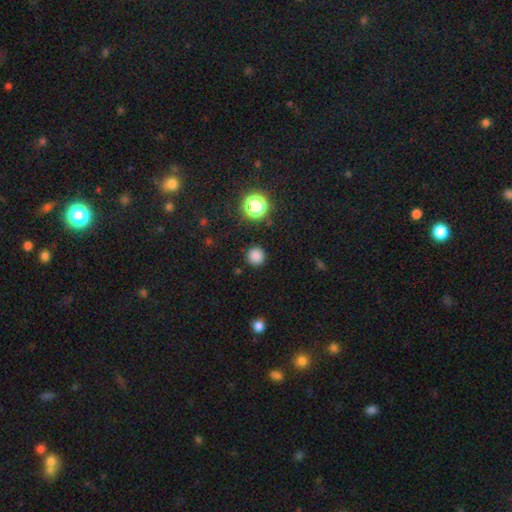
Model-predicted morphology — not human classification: A smooth galaxy with no disk features (81%) that is round (95%). Merging: none (90%).